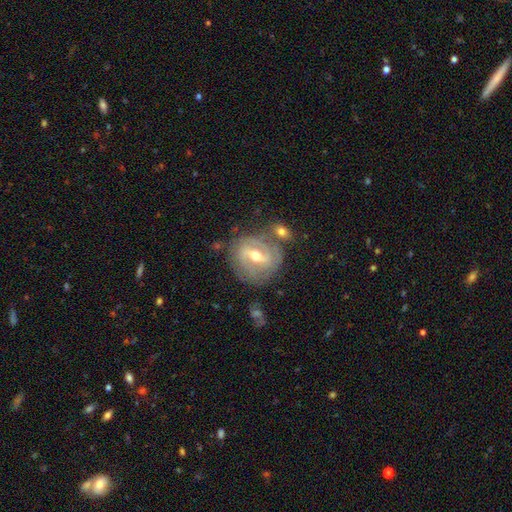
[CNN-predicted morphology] Overall: featured or disk (80%). Edge-on disk: no (95%). Bar: weak (44%; strong 43%). Spiral arms: yes (82%). Spiral arm count: 2 (53%; can't tell 28%). Spiral winding: tight (54%; medium 33%). Bulge size: moderate (72%). Merging: none (65%).